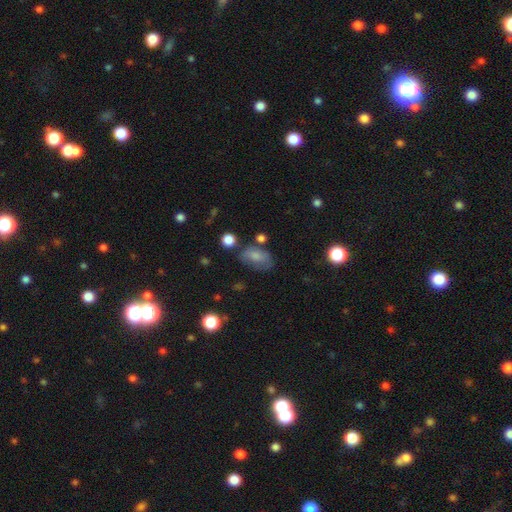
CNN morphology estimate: Overall: smooth (71%). How rounded: in between (86%). Merging: none (48%; minor disturbance 29%).